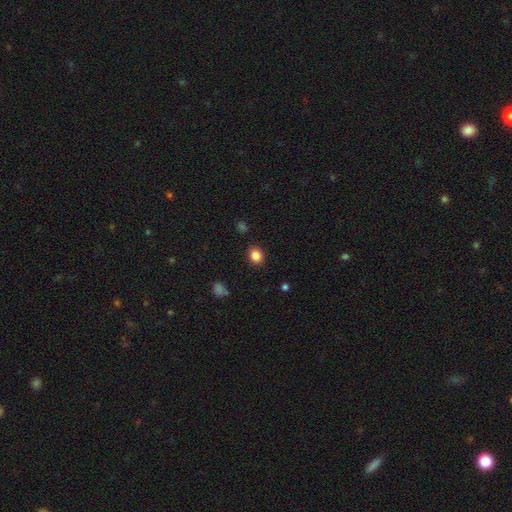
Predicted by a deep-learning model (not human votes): Smooth or featured?
  - smooth: 85% *
  - star or artifact: 11%
  - featured or disk: 4%
How rounded?
  - round: 65% *
  - in between: 34%
  - cigar-shaped: 1%
Merging?
  - none: 89% *
  - minor disturbance: 8%
  - major disturbance: 2%
  - merger: 1%